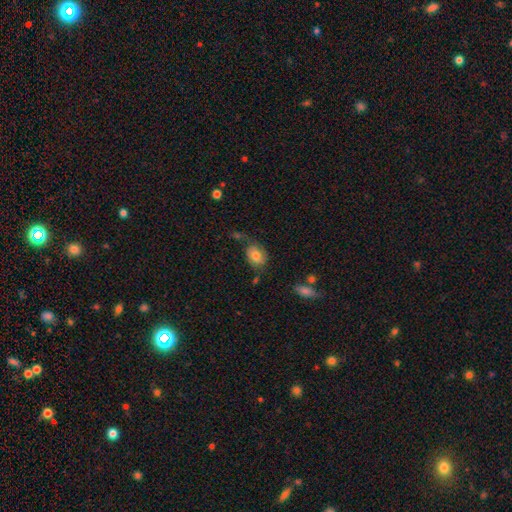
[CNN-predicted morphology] smooth_or_featured: smooth (p=0.73) [alt: featured or disk p=0.19]
how_rounded: in between (p=0.66) [alt: round p=0.33]
merging: none (p=0.57) [alt: minor disturbance p=0.24]